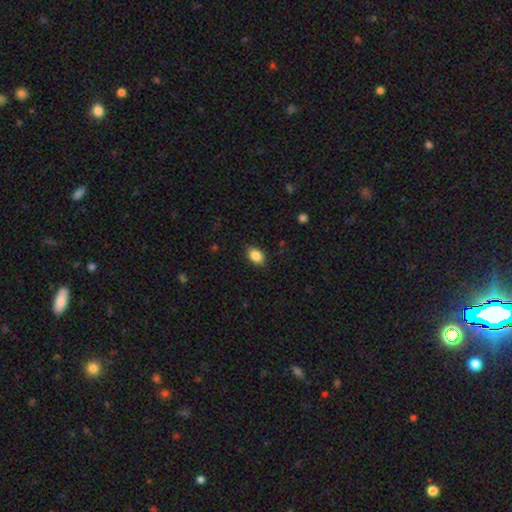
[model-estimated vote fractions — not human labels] smooth 87%, star or artifact 8%, featured or disk 5%. Down the decision tree: how rounded — in between (84%); merging — none (87%).